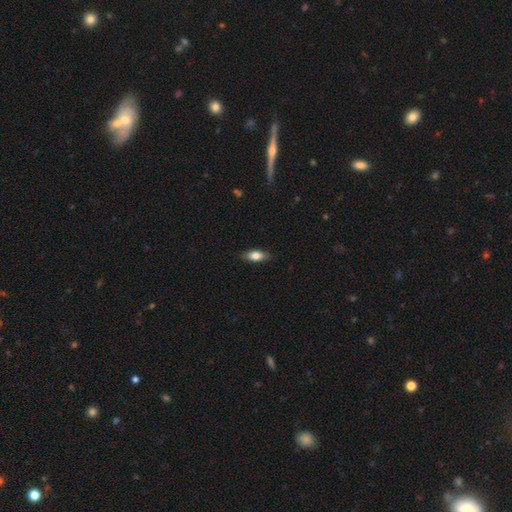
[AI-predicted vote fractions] A smooth galaxy with no disk features (78%) that is in between round and cigar-shaped (80%).

Vote fractions:
- Smooth or featured? smooth: 78% / featured or disk: 16% / star or artifact: 7%
- How rounded? in between: 80% / cigar-shaped: 16% / round: 4%
- Merging? none: 86% / minor disturbance: 11% / major disturbance: 2% / merger: 1%